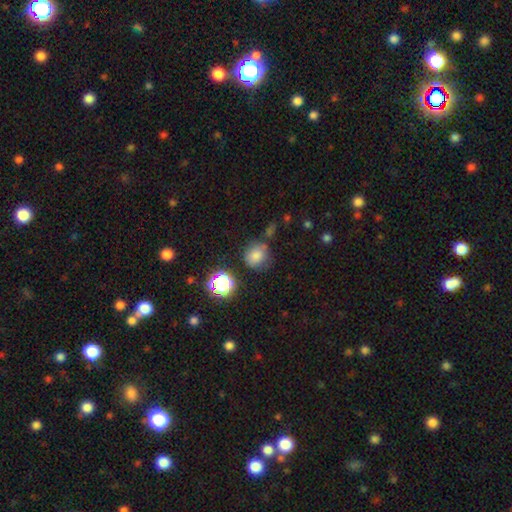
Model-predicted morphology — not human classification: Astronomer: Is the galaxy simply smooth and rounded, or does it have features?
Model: smooth — 77%.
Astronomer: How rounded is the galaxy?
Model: round — 83%.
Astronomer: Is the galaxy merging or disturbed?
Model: none — 68%.